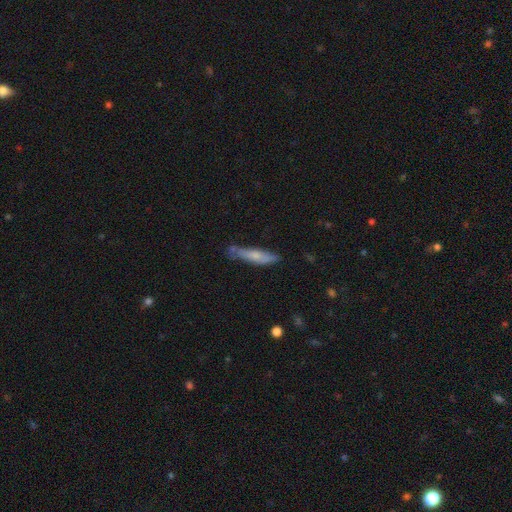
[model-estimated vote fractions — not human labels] Q: Smooth or featured?
A: smooth (57%); runner-up: featured or disk (36%)
Q: How rounded?
A: cigar-shaped (82%); runner-up: in between (16%)
Q: Merging?
A: none (64%); runner-up: minor disturbance (24%)